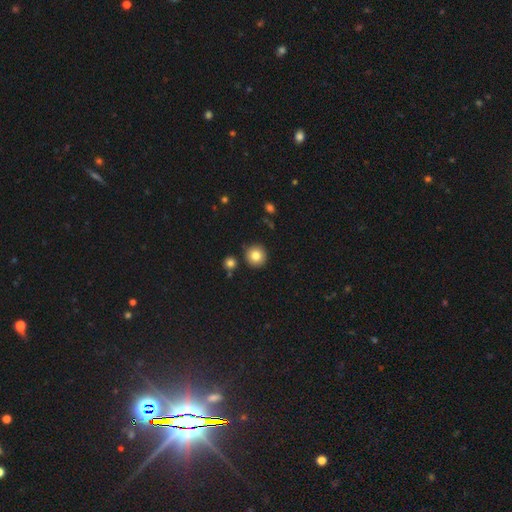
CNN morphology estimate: The model was most divided on "smooth or featured": smooth: 81%, star or artifact: 10%, featured or disk: 8%. More confident: how rounded — round (94%); merging — none (88%).